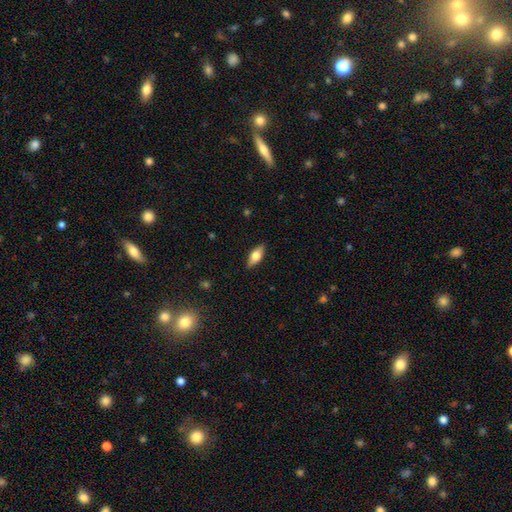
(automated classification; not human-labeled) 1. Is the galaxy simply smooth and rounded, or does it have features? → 63% smooth, 31% featured or disk, 6% star or artifact.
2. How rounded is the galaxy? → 79% in between, 18% cigar-shaped, 3% round.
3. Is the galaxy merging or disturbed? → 88% none, 9% minor disturbance, 2% major disturbance, 1% merger.